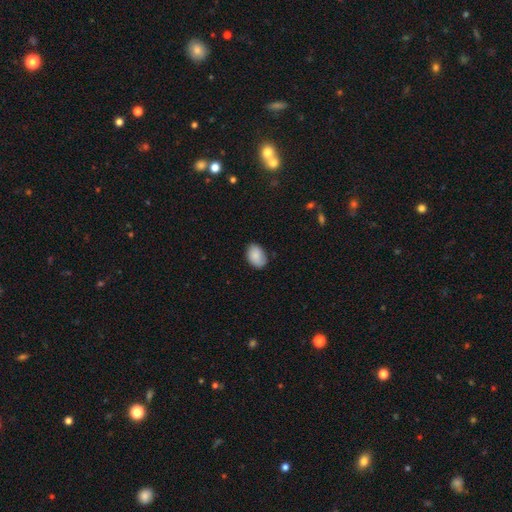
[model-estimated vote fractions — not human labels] Morphology: type=smooth (86%); roundness=in between (84%); merging=none (75%).